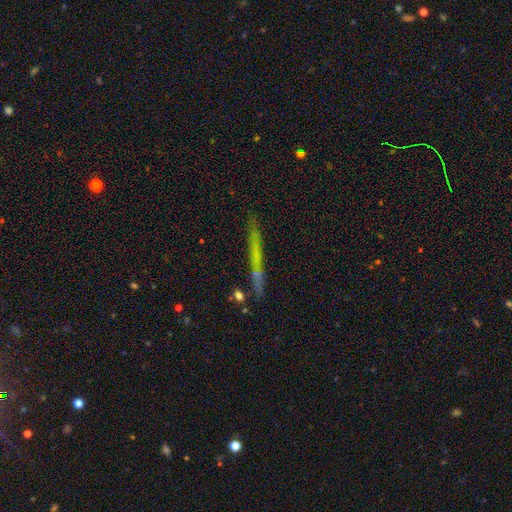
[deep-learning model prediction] The model was most divided on "smooth or featured": featured or disk: 49%, smooth: 39%, star or artifact: 12%. More confident: merging — none (85%).